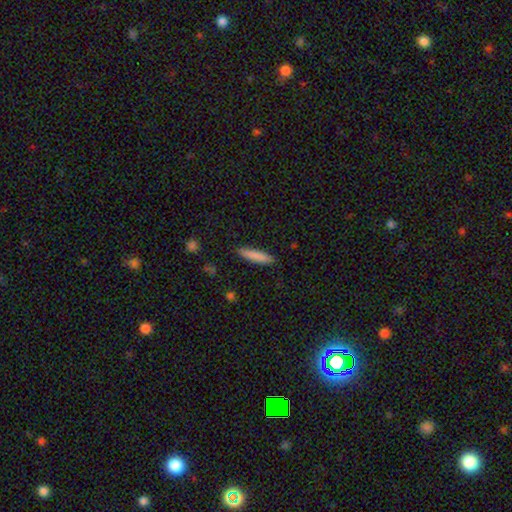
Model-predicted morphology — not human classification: type=smooth (84%); roundness=cigar-shaped (83%); merging=none (90%).